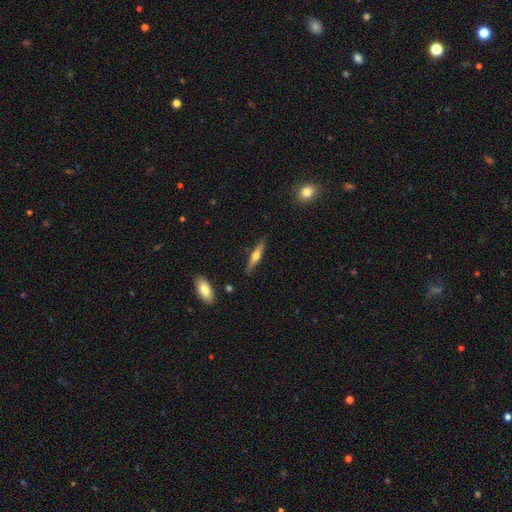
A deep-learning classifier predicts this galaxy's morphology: Smooth or featured: featured or disk — 54% (smooth — 40%)
Edge-on disk: yes — 95% (no — 5%)
Edge-on bulge: rounded — 90% (none — 6%)
Merging: none — 87% (minor disturbance — 10%)